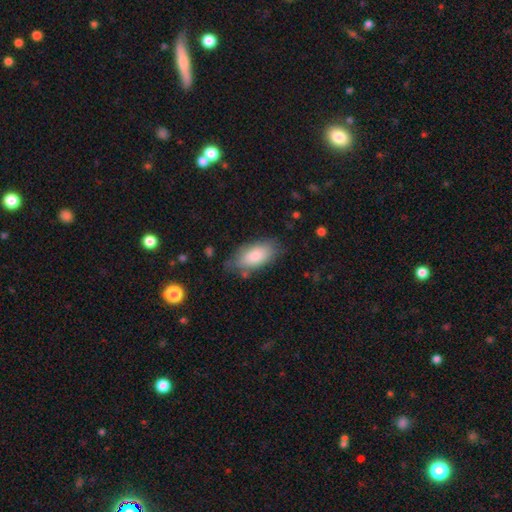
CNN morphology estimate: Overall: smooth (81%). How rounded: in between (91%). Merging: none (72%).